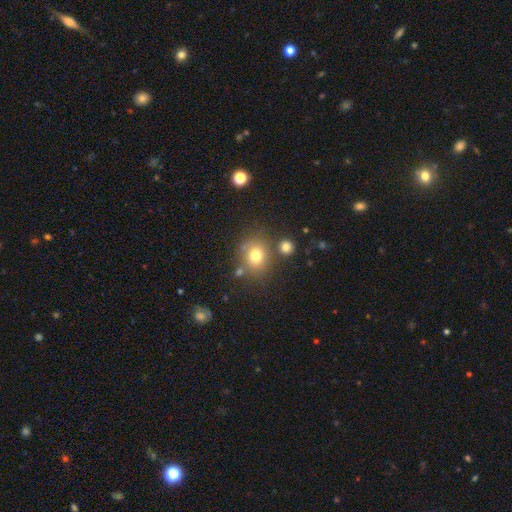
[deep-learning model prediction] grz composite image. It shows a star or artifact, not a galaxy (44%).